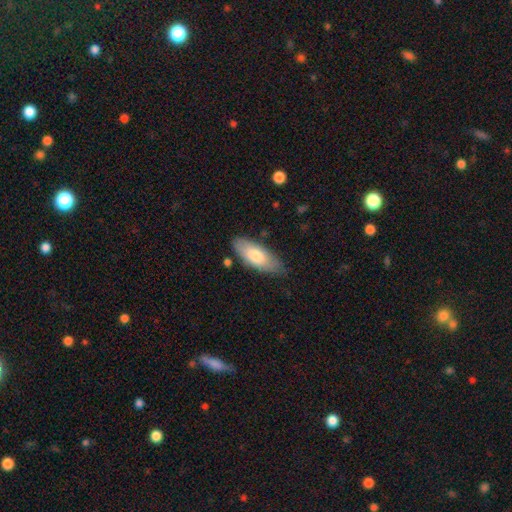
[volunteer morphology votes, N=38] smooth_or_featured: smooth (p=0.74) [alt: featured or disk p=0.21]
how_rounded: in between (p=0.89) [alt: cigar-shaped p=0.11]
merging: none (p=0.78) [alt: minor disturbance p=0.17]